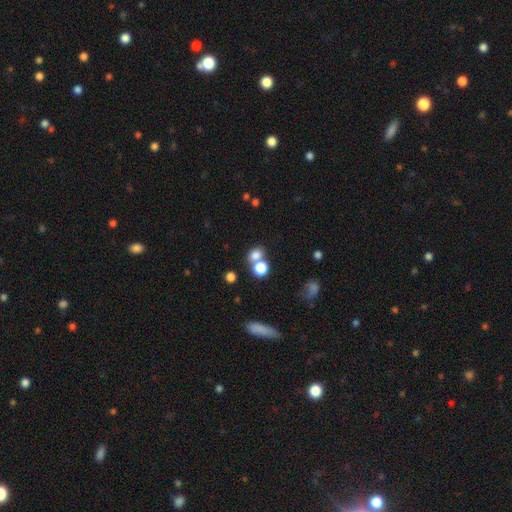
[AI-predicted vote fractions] smooth_or_featured: smooth (p=0.77) [alt: star or artifact p=0.14]
how_rounded: round (p=0.53) [alt: in between p=0.46]
merging: none (p=0.46) [alt: merger p=0.41]